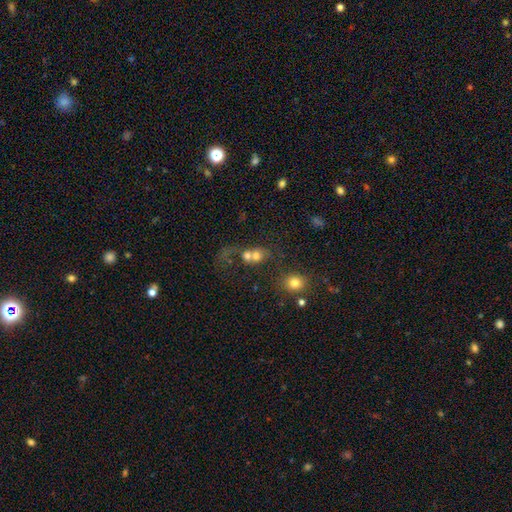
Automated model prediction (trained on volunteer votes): Overall: smooth (66%). How rounded: round (65%; in between 33%). Merging: merger (63%).